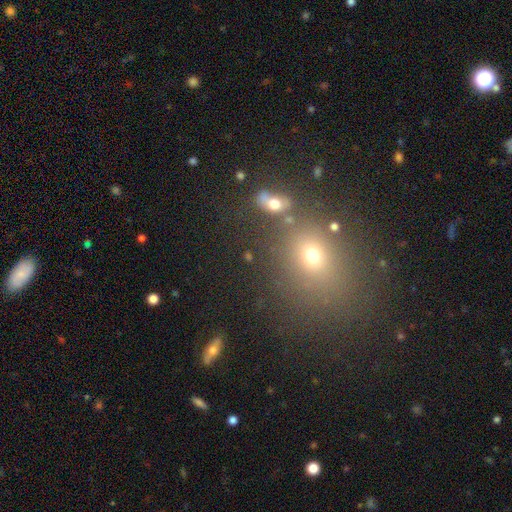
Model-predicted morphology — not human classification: Smooth or featured?
  - smooth: 50% *
  - star or artifact: 38%
  - featured or disk: 12%
How rounded?
  - round: 64% *
  - in between: 34%
  - cigar-shaped: 2%
Merging?
  - none: 69% *
  - merger: 16%
  - minor disturbance: 10%
  - major disturbance: 5%